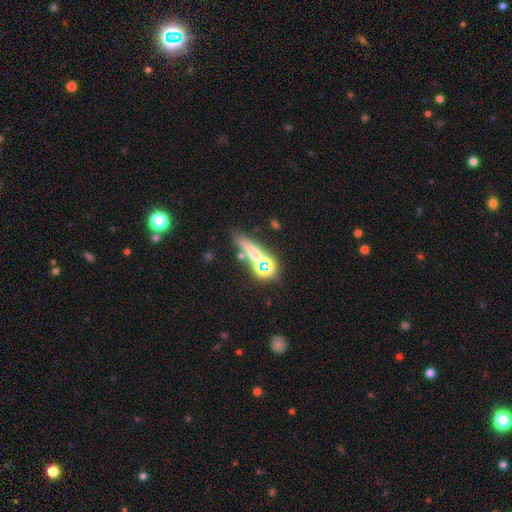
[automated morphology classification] This appears to be a smooth galaxy with no disk features (50%) that is cigar-shaped (64%). Merging: none (64%).